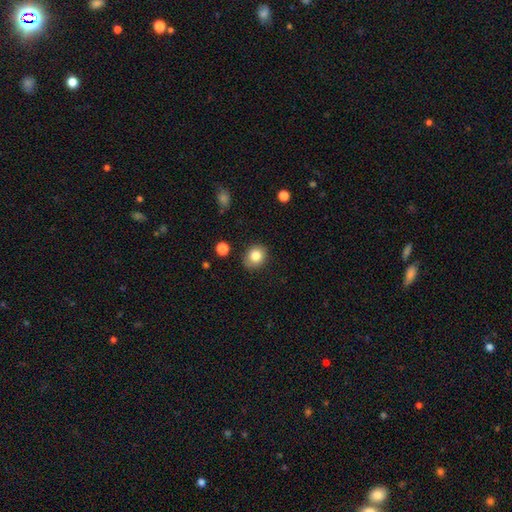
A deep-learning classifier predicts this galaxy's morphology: smooth_or_featured: smooth (p=0.82) [alt: star or artifact p=0.10]
how_rounded: round (p=0.63) [alt: in between p=0.36]
merging: none (p=0.82) [alt: minor disturbance p=0.13]